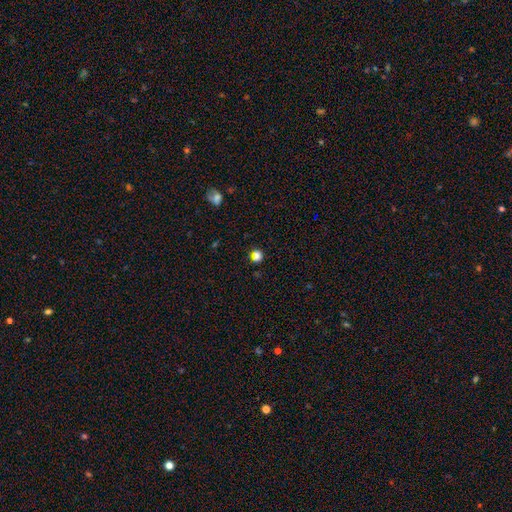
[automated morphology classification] This is likely a smooth galaxy (75%). How rounded: clearly round (82%). Merging: clearly none (86%).